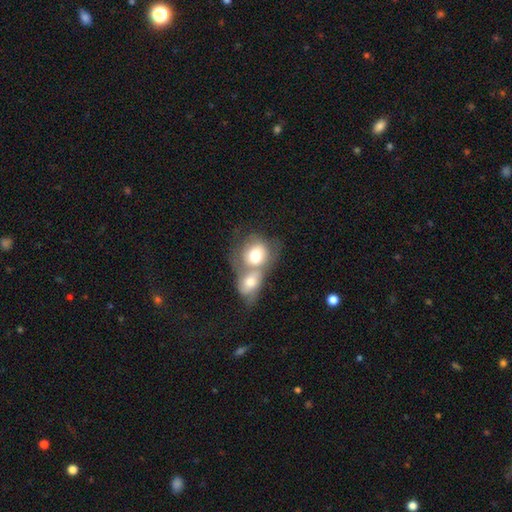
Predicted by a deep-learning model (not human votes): Smooth or featured?
  - smooth: 65% *
  - featured or disk: 28%
  - star or artifact: 7%
How rounded?
  - round: 54% *
  - in between: 45%
  - cigar-shaped: 1%
Merging?
  - merger: 75% *
  - none: 14%
  - minor disturbance: 6%
  - major disturbance: 6%